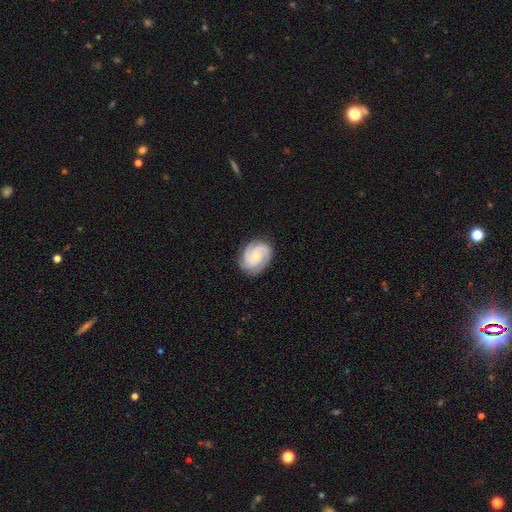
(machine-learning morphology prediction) A featured or disk galaxy (85%) with no bar (73%), 3 (64%) tight (62%) spiral arms (98%) and a small central bulge (64%).

Vote fractions:
- Smooth or featured? featured or disk: 85% / smooth: 10% / star or artifact: 5%
- Edge-on disk? no: 98% / yes: 2%
- Bar? no: 73% / weak: 23% / strong: 4%
- Spiral arms? yes: 98% / no: 2%
- Spiral winding? tight: 62% / medium: 33% / loose: 5%
- Spiral arm count? 3: 64% / 4: 12% / 2: 10% / can't tell: 7% / 1: 4% / more than 4: 4%
- Bulge size? small: 64% / moderate: 31% / none: 2% / large: 1% / dominant: 1%
- Merging? none: 82% / minor disturbance: 13% / major disturbance: 3% / merger: 1%